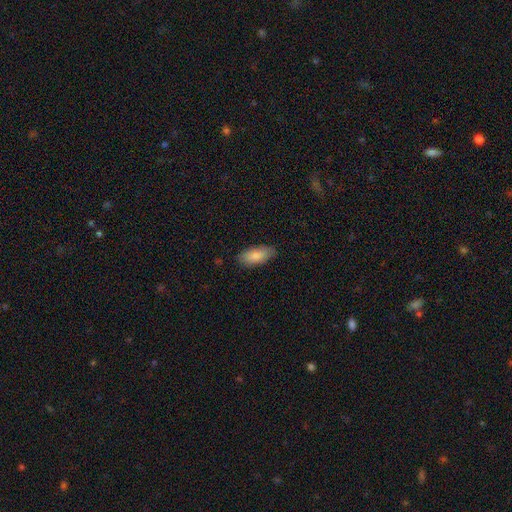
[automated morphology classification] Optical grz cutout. It shows a smooth galaxy with no disk features (84%) that is in between round and cigar-shaped (87%). Merging: none (83%).